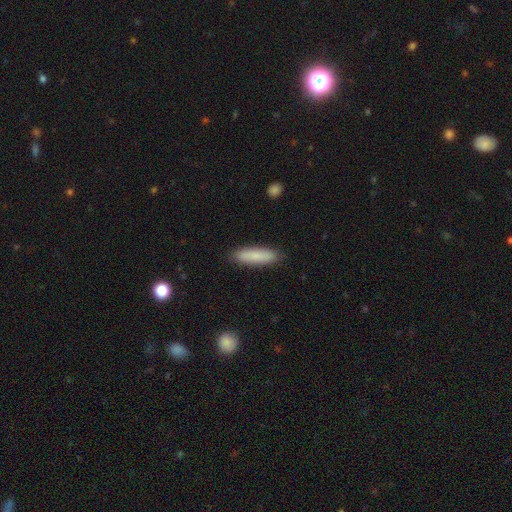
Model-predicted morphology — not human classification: Smooth or featured?
  - smooth: 86% *
  - featured or disk: 8%
  - star or artifact: 6%
How rounded?
  - cigar-shaped: 72% *
  - in between: 27%
  - round: 1%
Merging?
  - none: 89% *
  - minor disturbance: 8%
  - major disturbance: 2%
  - merger: 1%